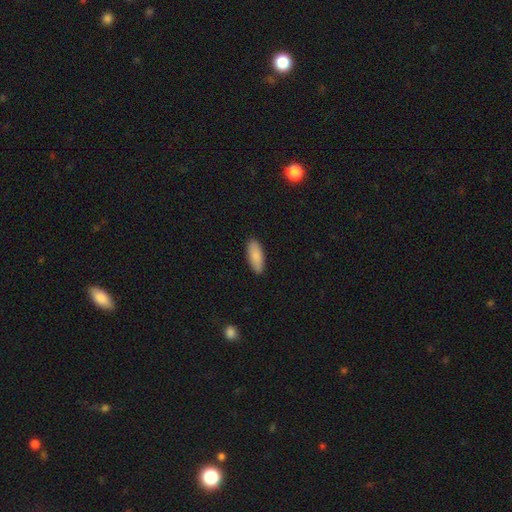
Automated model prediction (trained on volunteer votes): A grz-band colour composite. It shows a smooth galaxy with no disk features (88%) that is in between round and cigar-shaped (75%). Merging: none (88%).